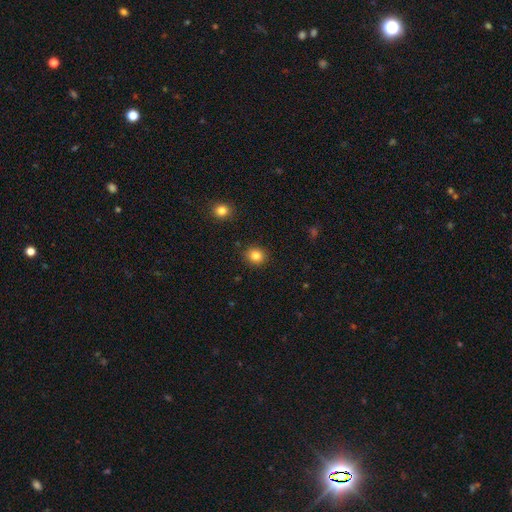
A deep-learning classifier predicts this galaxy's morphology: Smooth or featured: smooth — 84% (star or artifact — 11%)
How rounded: round — 83% (in between — 16%)
Merging: none — 90% (minor disturbance — 6%)